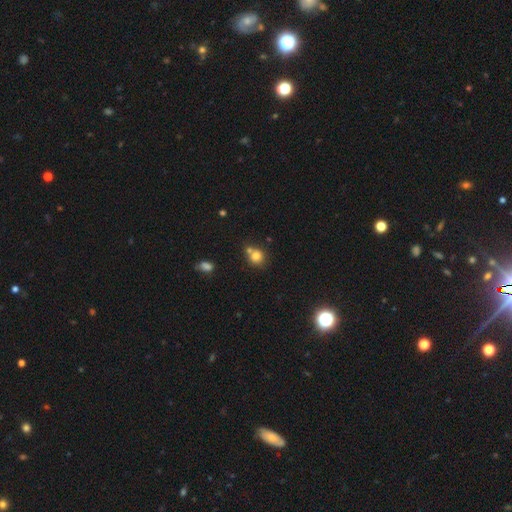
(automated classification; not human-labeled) Smooth or featured? Predicted: smooth (p=0.78). How rounded? Predicted: round (p=0.83). Merging? Predicted: none (p=0.53).